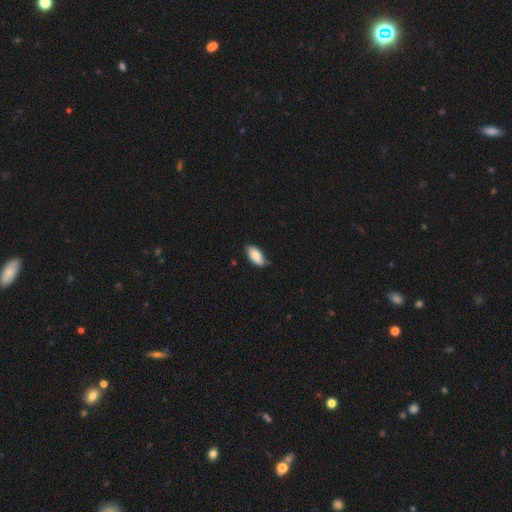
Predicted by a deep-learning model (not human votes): Smooth or featured: smooth — 81% (featured or disk — 12%)
How rounded: in between — 90% (cigar-shaped — 8%)
Merging: none — 73% (minor disturbance — 23%)